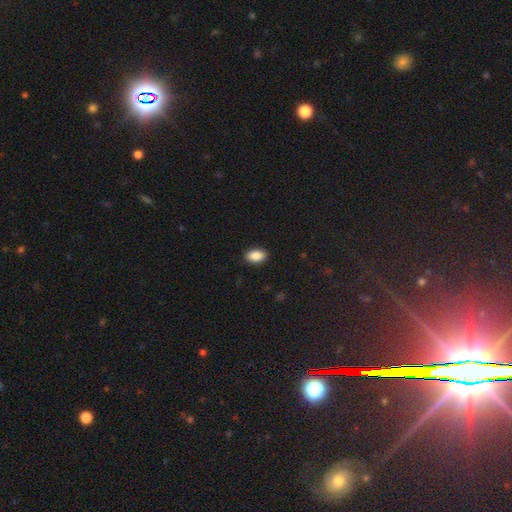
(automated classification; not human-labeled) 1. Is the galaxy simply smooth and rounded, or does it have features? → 89% smooth, 7% star or artifact, 4% featured or disk.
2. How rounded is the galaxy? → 92% in between, 6% round, 2% cigar-shaped.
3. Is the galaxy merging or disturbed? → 90% none, 7% minor disturbance, 2% major disturbance, 1% merger.